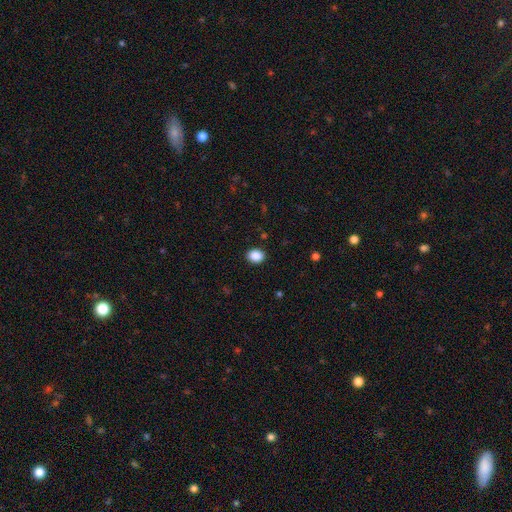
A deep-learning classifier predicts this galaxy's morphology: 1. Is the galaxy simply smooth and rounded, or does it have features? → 88% smooth, 9% star or artifact, 3% featured or disk.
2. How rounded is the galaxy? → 50% round, 49% in between, 1% cigar-shaped.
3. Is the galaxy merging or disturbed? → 90% none, 7% minor disturbance, 2% major disturbance, 1% merger.